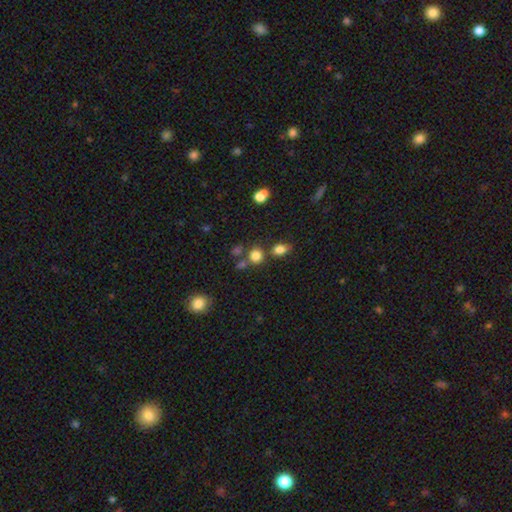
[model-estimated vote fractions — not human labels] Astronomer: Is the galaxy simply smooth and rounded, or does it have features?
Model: smooth — 78%.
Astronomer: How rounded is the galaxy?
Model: round — 82%.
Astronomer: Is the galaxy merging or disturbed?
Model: none — 66%.